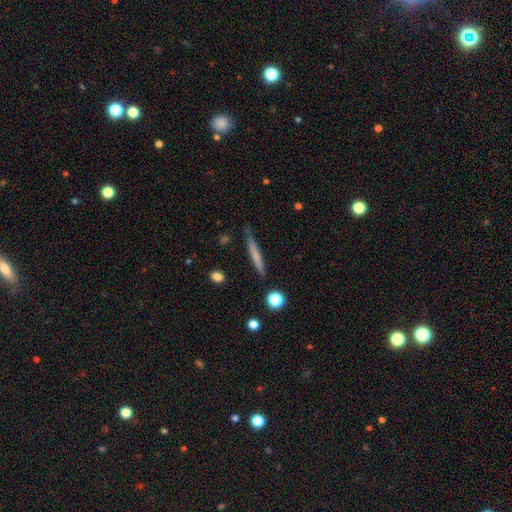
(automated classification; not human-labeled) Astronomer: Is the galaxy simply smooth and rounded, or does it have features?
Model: smooth — 61%.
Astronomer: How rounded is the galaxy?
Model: cigar-shaped — 95%.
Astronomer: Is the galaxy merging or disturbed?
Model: none — 83%.